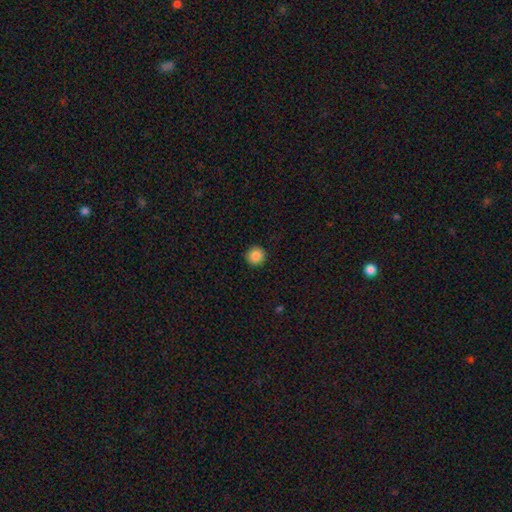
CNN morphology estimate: type=smooth (87%); roundness=round (95%); merging=none (93%).